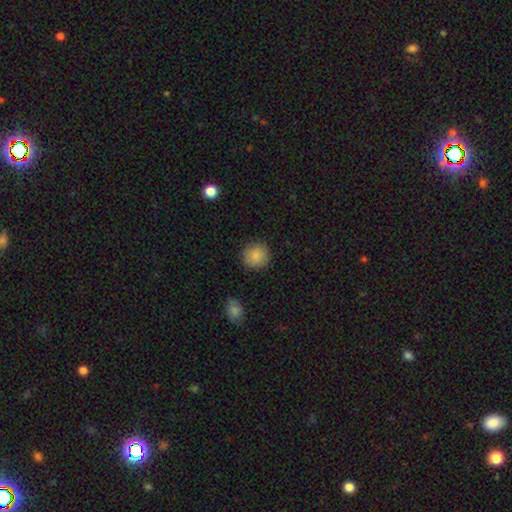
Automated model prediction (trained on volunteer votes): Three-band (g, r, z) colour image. It shows a smooth galaxy with no disk features (86%) that is round (91%). Merging: none (89%).